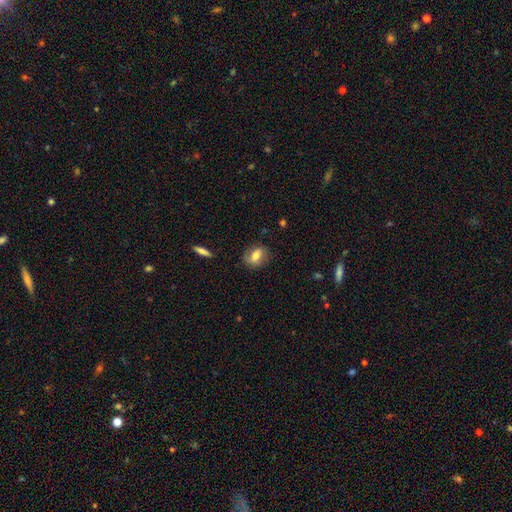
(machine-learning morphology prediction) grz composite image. It shows a smooth galaxy with no disk features (65%) that is in between round and cigar-shaped (64%). Merging: none (78%).